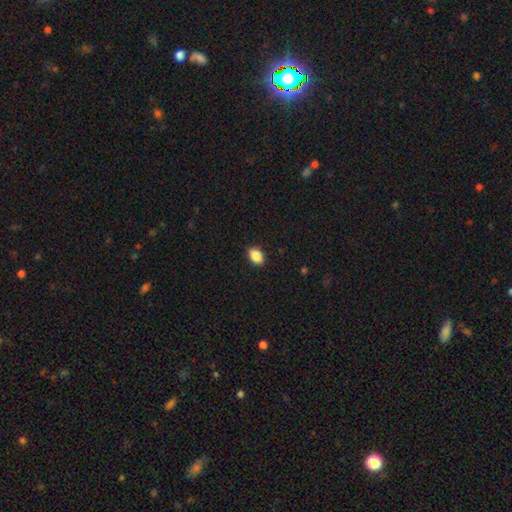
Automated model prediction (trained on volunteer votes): Smooth or featured?
  - smooth: 88% *
  - star or artifact: 8%
  - featured or disk: 4%
How rounded?
  - in between: 87% *
  - round: 12%
  - cigar-shaped: 1%
Merging?
  - none: 89% *
  - minor disturbance: 9%
  - major disturbance: 2%
  - merger: 1%